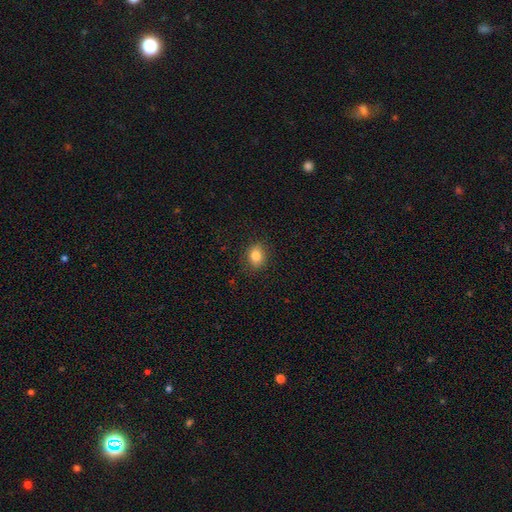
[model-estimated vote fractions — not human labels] smooth-or-featured: smooth: 82% | star or artifact: 10% | featured or disk: 7%
  how-rounded: round: 52% | in between: 47% | cigar-shaped: 1%
  merging: none: 88% | minor disturbance: 9% | major disturbance: 2% | merger: 1%